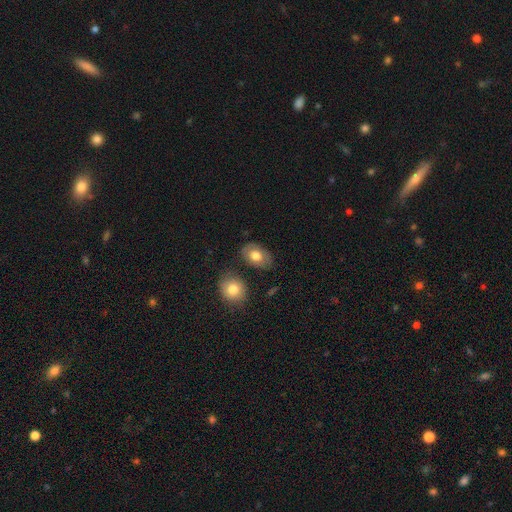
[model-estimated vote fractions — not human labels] smooth-or-featured: smooth: 71% | featured or disk: 23% | star or artifact: 7%
  how-rounded: in between: 86% | round: 13% | cigar-shaped: 1%
  merging: none: 73% | minor disturbance: 16% | merger: 6% | major disturbance: 5%